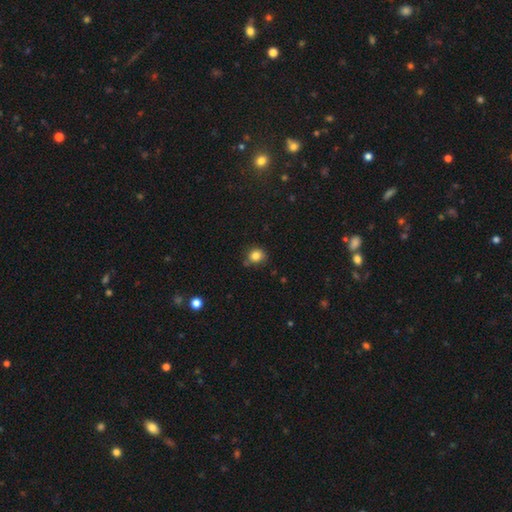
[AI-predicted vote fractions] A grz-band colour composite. It shows a smooth galaxy with no disk features (82%) that is round (79%). Merging: none (70%).